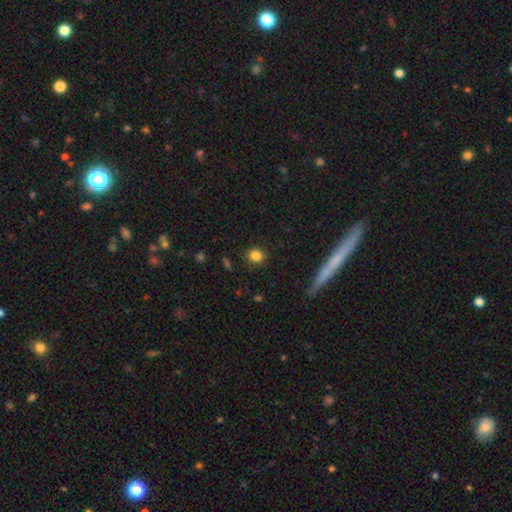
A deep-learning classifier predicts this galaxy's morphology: Smooth or featured? smooth (84%)
How rounded? round (84%)
Merging? none (89%)